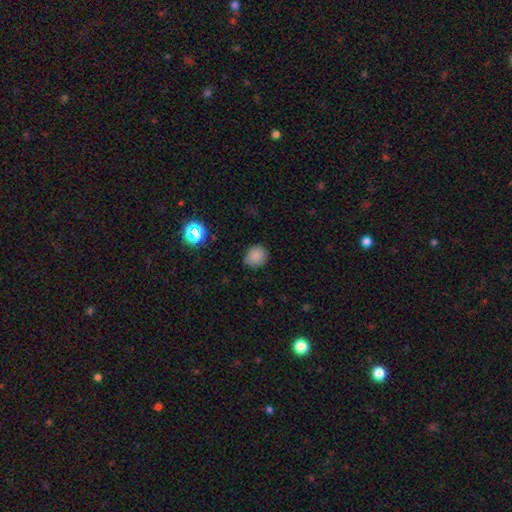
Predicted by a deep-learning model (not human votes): Q: Smooth or featured?
A: smooth (83%); runner-up: star or artifact (12%)
Q: How rounded?
A: round (84%); runner-up: in between (15%)
Q: Merging?
A: none (76%); runner-up: minor disturbance (20%)